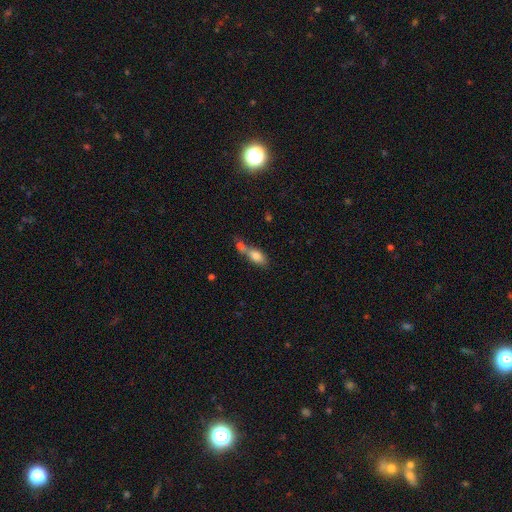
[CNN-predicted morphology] Smooth or featured?
  - smooth: 75% *
  - featured or disk: 16%
  - star or artifact: 8%
How rounded?
  - in between: 76% *
  - cigar-shaped: 15%
  - round: 9%
Merging?
  - merger: 61% *
  - none: 22%
  - minor disturbance: 10%
  - major disturbance: 7%